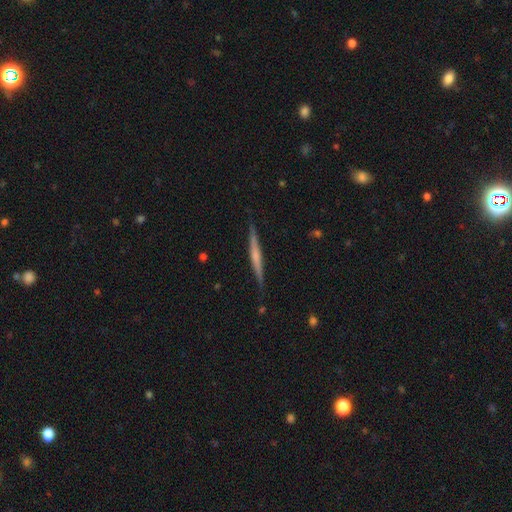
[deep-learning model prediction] Smooth or featured?
  - featured or disk: 59% *
  - smooth: 35%
  - star or artifact: 6%
Edge-on disk?
  - yes: 98% *
  - no: 2%
Edge-on bulge?
  - none: 55% *
  - rounded: 32%
  - boxy: 14%
Merging?
  - none: 89% *
  - minor disturbance: 8%
  - major disturbance: 2%
  - merger: 1%